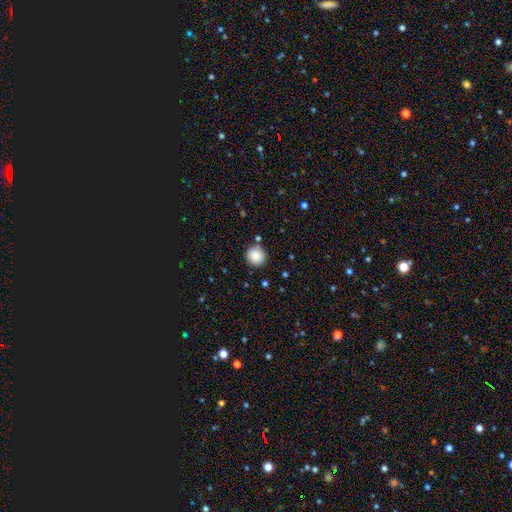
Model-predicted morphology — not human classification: Smooth or featured? Predicted: smooth (p=0.87). How rounded? Predicted: round (p=0.93). Merging? Predicted: none (p=0.86).